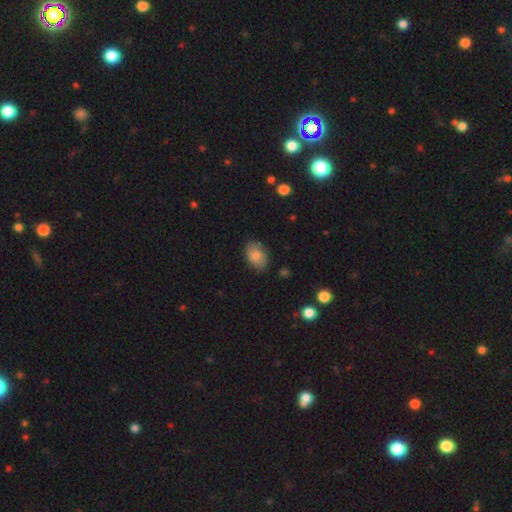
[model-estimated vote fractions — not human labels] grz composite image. It shows a smooth galaxy with no disk features (83%) that is in between round and cigar-shaped (86%). Merging: none (81%).